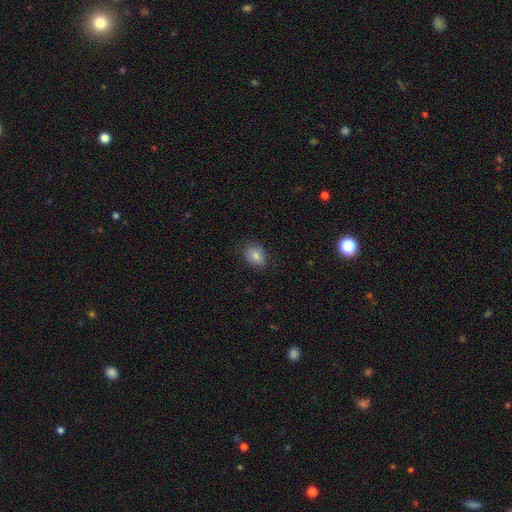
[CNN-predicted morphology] A smooth galaxy with no disk features (79%) that is in between round and cigar-shaped (65%).

Vote fractions:
- Smooth or featured? smooth: 79% / featured or disk: 11% / star or artifact: 10%
- How rounded? in between: 65% / round: 33% / cigar-shaped: 1%
- Merging? none: 82% / minor disturbance: 14% / major disturbance: 3% / merger: 1%